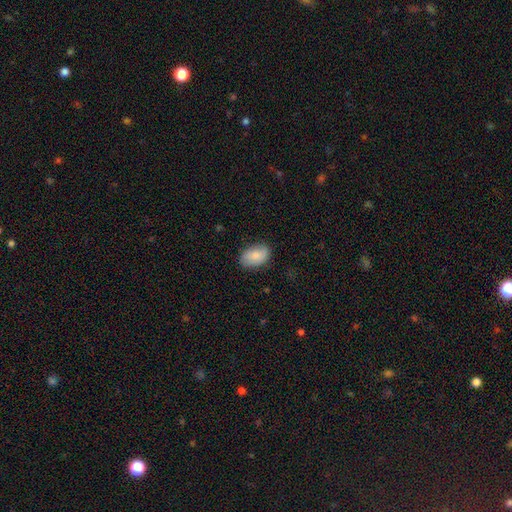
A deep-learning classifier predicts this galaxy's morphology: Smooth or featured?
  - smooth: 81% *
  - featured or disk: 13%
  - star or artifact: 6%
How rounded?
  - in between: 90% *
  - round: 9%
  - cigar-shaped: 1%
Merging?
  - none: 81% *
  - minor disturbance: 15%
  - major disturbance: 3%
  - merger: 1%